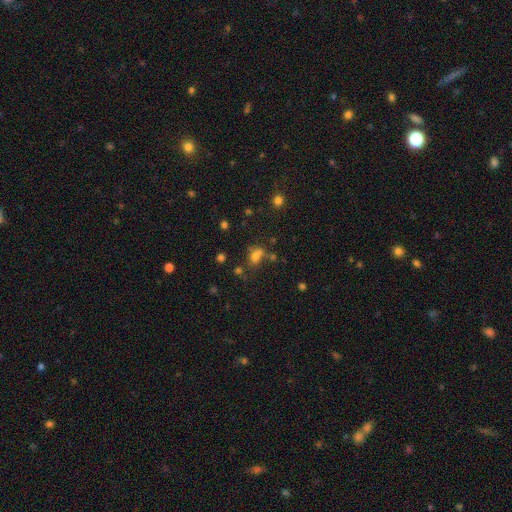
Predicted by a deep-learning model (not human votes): This is likely a smooth galaxy (66%). How rounded: likely in between (63%). Merging: marginally none (45%).